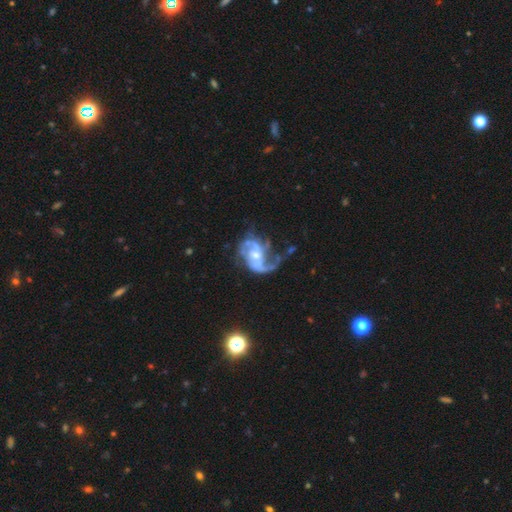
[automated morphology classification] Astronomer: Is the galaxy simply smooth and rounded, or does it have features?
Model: featured or disk — 86%.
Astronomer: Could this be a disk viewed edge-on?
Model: no — 98%.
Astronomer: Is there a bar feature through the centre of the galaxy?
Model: no — 51% (runner-up: weak, 37%).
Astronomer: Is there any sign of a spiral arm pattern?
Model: yes — 92%.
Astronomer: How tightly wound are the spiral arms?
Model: medium — 43% (runner-up: loose, 41%).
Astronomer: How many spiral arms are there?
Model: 2 — 62%.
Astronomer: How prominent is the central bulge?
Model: moderate — 57% (runner-up: small, 34%).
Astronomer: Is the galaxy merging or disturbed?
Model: none — 41% (runner-up: major disturbance, 34%).